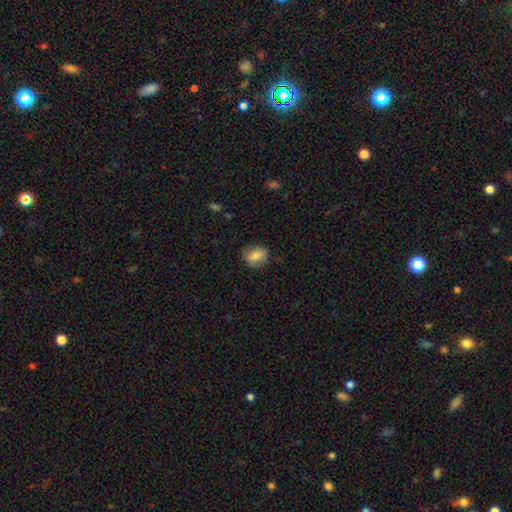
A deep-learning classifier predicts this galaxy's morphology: A smooth galaxy with no disk features (77%) that is round (52%). Merging: none (80%).